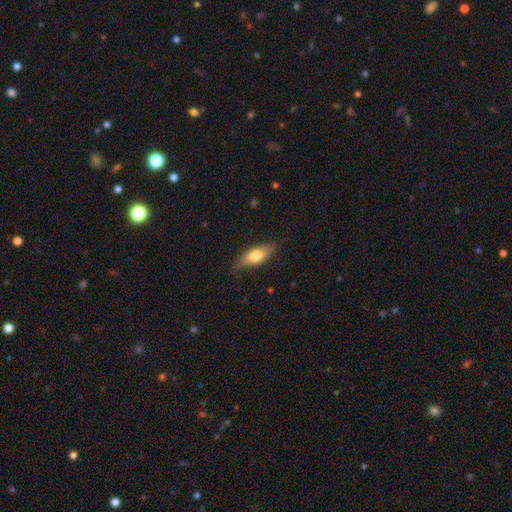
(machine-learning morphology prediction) Smooth or featured: smooth — 71% (featured or disk — 23%)
How rounded: in between — 70% (cigar-shaped — 27%)
Merging: none — 83% (minor disturbance — 14%)